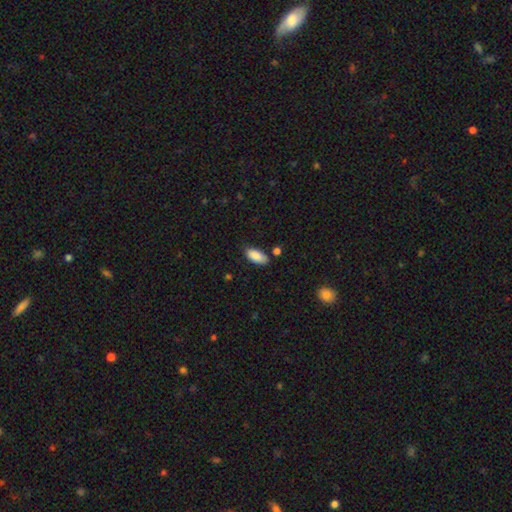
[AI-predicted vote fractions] A smooth galaxy with no disk features (88%) that is in between round and cigar-shaped (91%). Merging: none (76%).